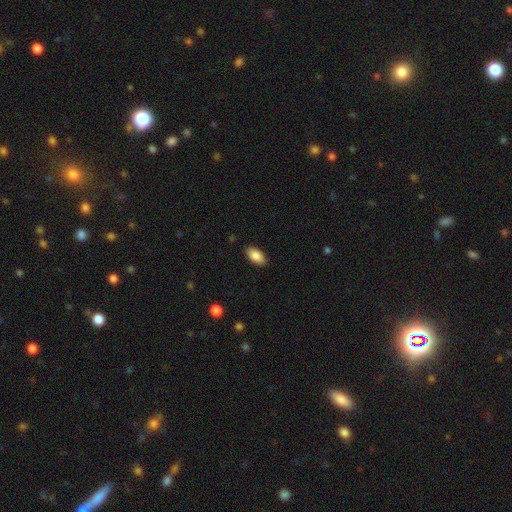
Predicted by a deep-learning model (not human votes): Overall: smooth (87%). How rounded: in between (93%). Merging: none (88%).